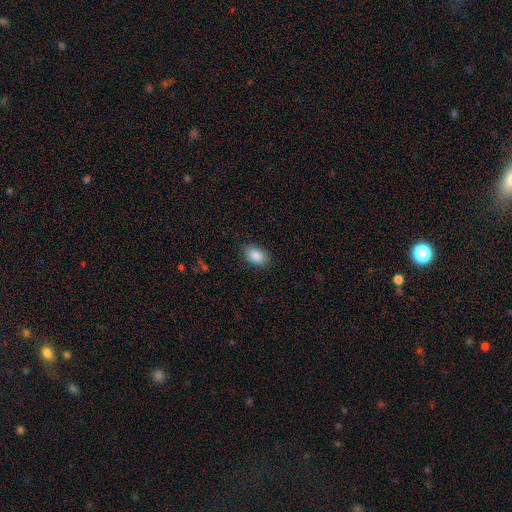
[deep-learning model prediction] Morphology: type=smooth (88%); roundness=in between (88%); merging=none (85%).